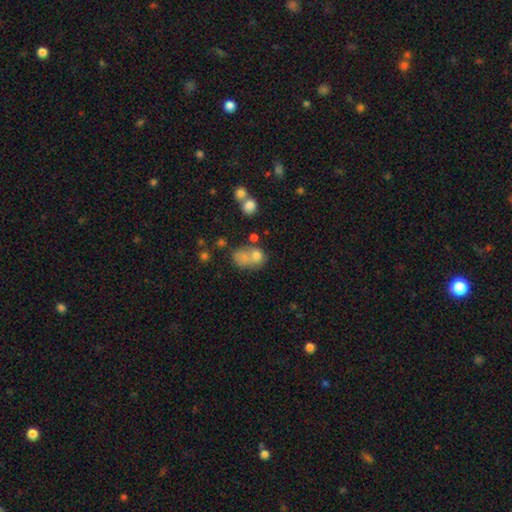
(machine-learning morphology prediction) Smooth or featured? smooth (69%)
How rounded? in between (52%)
Merging? merger (49%)